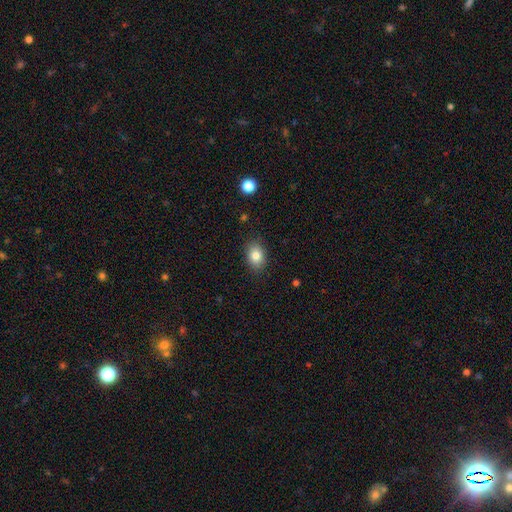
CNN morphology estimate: This is clearly a smooth galaxy (82%). How rounded: likely in between (70%). Merging: clearly none (86%).